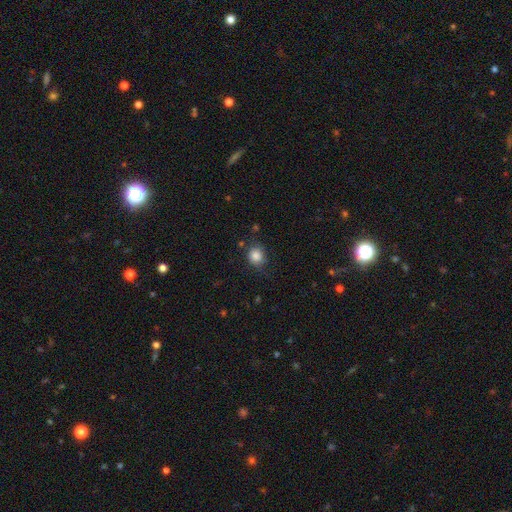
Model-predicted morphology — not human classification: Smooth or featured? smooth (84%)
How rounded? round (79%)
Merging? none (69%)